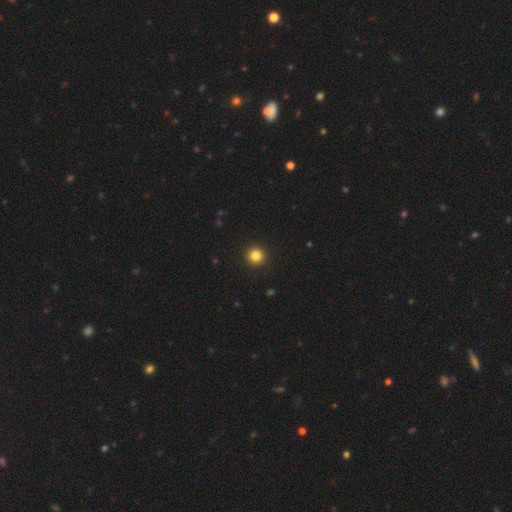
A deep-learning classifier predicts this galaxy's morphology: Smooth or featured? smooth (83%)
How rounded? round (96%)
Merging? none (94%)